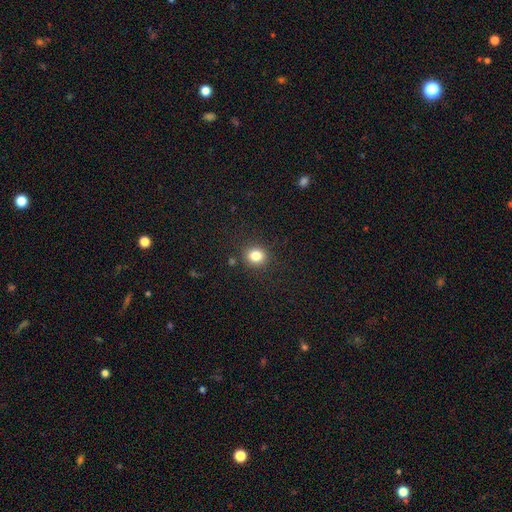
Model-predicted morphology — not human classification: type=smooth (82%); roundness=round (83%); merging=none (88%).